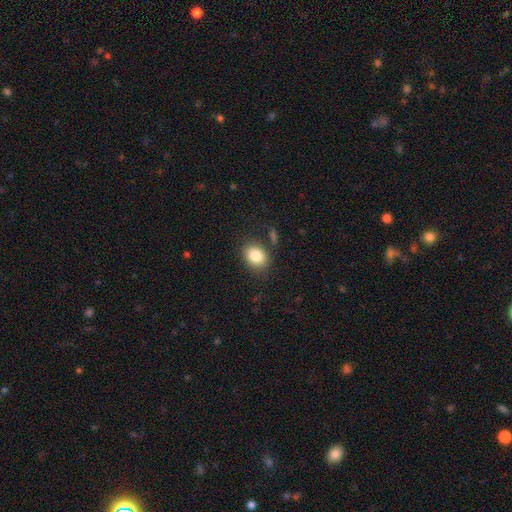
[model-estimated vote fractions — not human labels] A smooth galaxy with no disk features (85%) that is in between round and cigar-shaped (56%). Merging: none (81%).